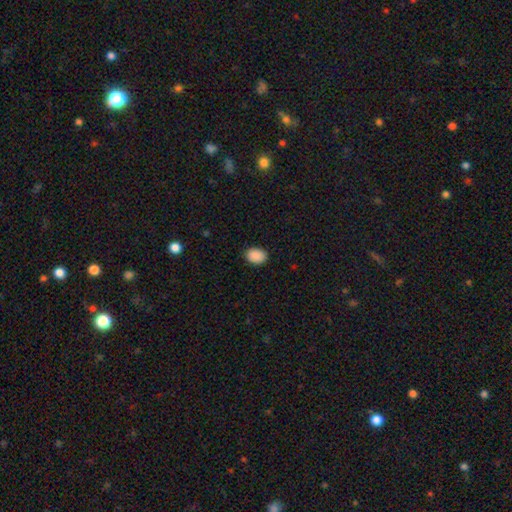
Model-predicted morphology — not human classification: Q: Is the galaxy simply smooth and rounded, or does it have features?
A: smooth — 90%.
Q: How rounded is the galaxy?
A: in between — 74%.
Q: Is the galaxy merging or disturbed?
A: none — 89%.